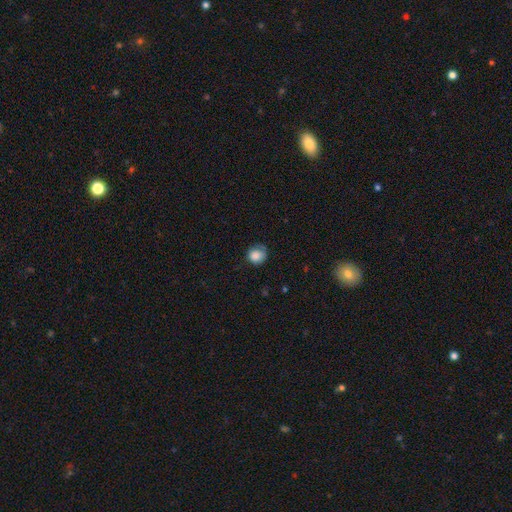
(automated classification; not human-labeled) Smooth or featured?
  - smooth: 83% *
  - star or artifact: 9%
  - featured or disk: 9%
How rounded?
  - round: 82% *
  - in between: 17%
  - cigar-shaped: 1%
Merging?
  - none: 57% *
  - minor disturbance: 30%
  - major disturbance: 11%
  - merger: 2%